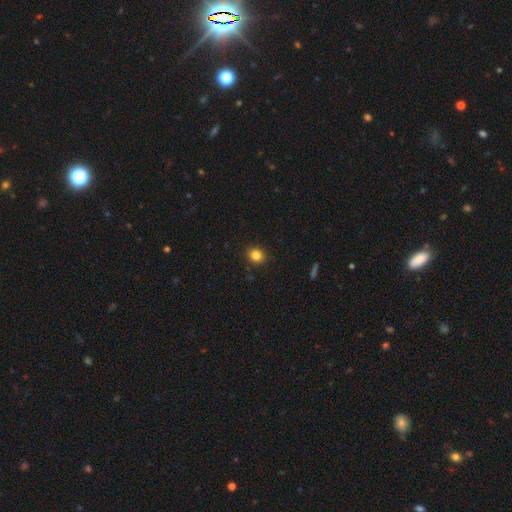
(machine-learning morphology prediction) Smooth or featured: smooth — 83% (star or artifact — 12%)
How rounded: round — 78% (in between — 21%)
Merging: none — 91% (minor disturbance — 6%)